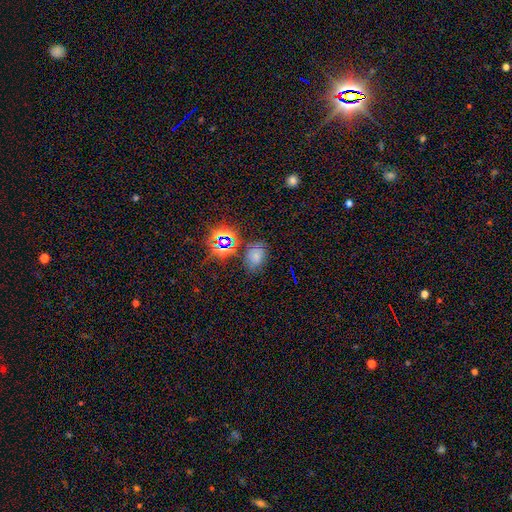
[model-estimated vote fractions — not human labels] Smooth or featured? Predicted: smooth (p=0.54). How rounded? Predicted: in between (p=0.76). Merging? Predicted: none (p=0.74).